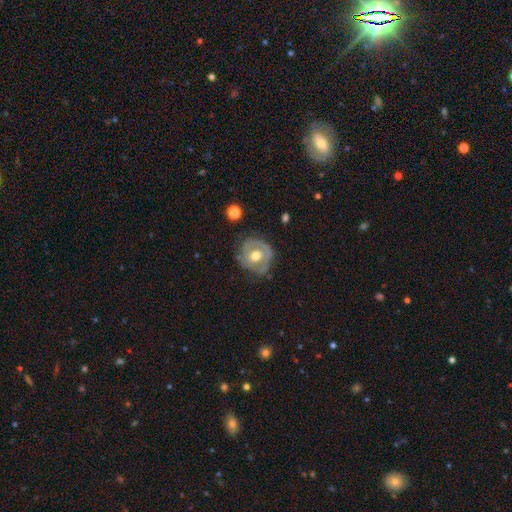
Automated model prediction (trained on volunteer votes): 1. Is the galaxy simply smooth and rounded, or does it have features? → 67% featured or disk, 27% smooth, 6% star or artifact.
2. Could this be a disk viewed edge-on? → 96% no, 4% yes.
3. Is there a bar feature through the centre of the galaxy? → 69% no, 24% weak, 6% strong.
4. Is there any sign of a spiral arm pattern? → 61% yes, 39% no.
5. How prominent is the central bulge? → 77% moderate, 12% small, 9% large, 1% none, 1% dominant.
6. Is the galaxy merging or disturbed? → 63% none, 24% minor disturbance, 10% major disturbance, 2% merger.